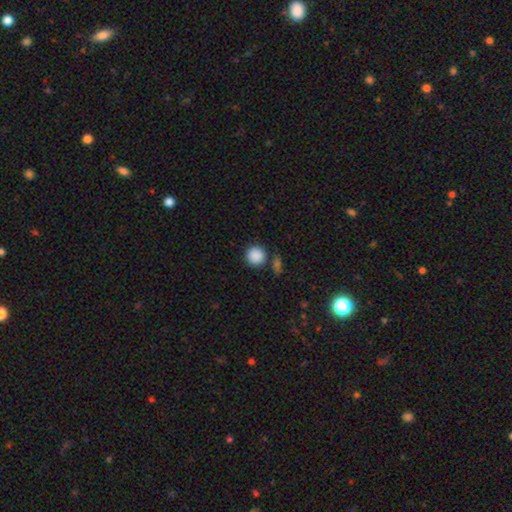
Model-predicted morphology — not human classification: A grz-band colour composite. It shows a smooth galaxy with no disk features (88%) that is round (92%). Merging: none (77%).